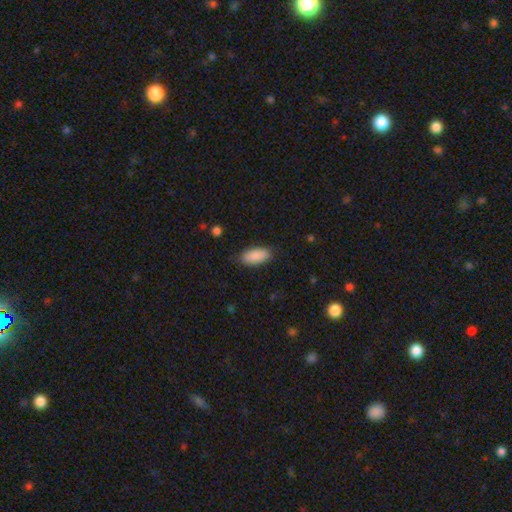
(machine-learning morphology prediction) A smooth galaxy with no disk features (90%) that is in between round and cigar-shaped (88%). Merging: none (84%).